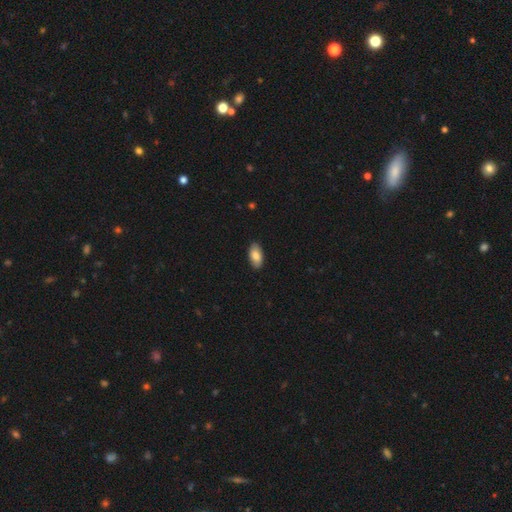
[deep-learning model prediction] Smooth or featured? Predicted: smooth (p=0.83). How rounded? Predicted: in between (p=0.94). Merging? Predicted: none (p=0.89).